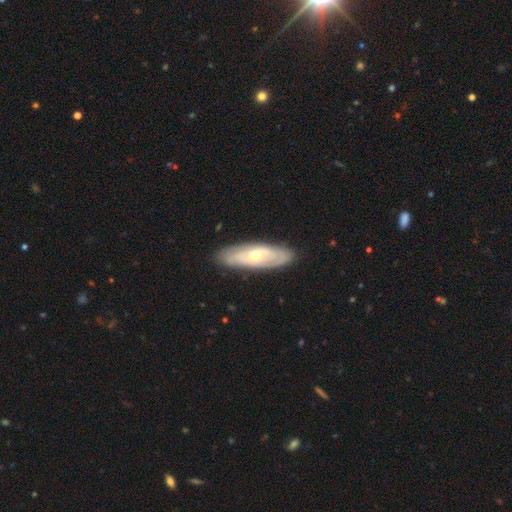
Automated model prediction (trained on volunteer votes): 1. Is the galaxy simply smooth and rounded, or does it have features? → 65% featured or disk, 29% smooth, 5% star or artifact.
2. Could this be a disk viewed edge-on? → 76% no, 24% yes.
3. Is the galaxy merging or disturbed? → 85% none, 11% minor disturbance, 3% major disturbance, 1% merger.